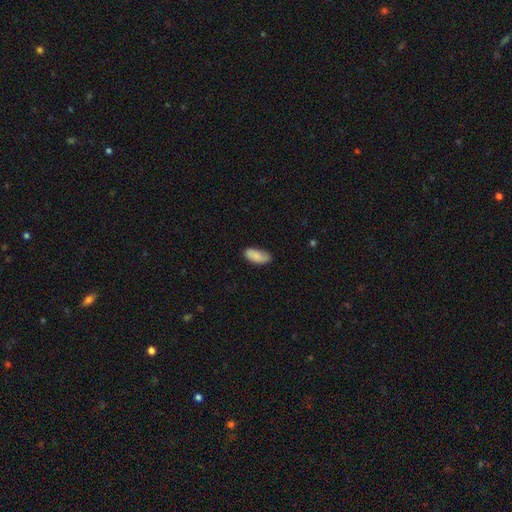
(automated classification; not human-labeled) smooth 81%, featured or disk 12%, star or artifact 6%. Down the decision tree: how rounded — in between (88%); merging — none (74%).